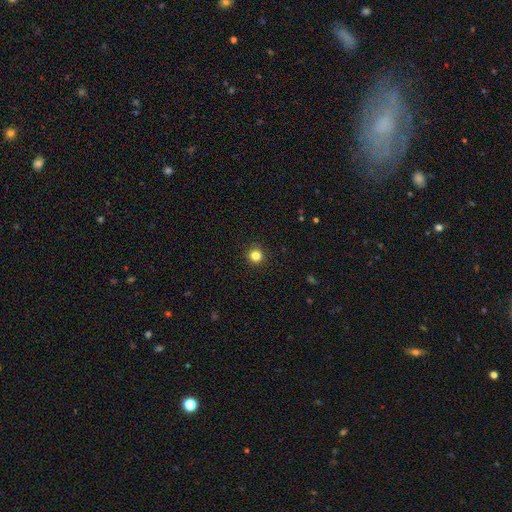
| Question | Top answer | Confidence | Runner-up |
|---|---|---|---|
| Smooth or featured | smooth | 90% | star or artifact (8%) |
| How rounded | round | 100% | — |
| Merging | none | 95% | minor disturbance (5%) |